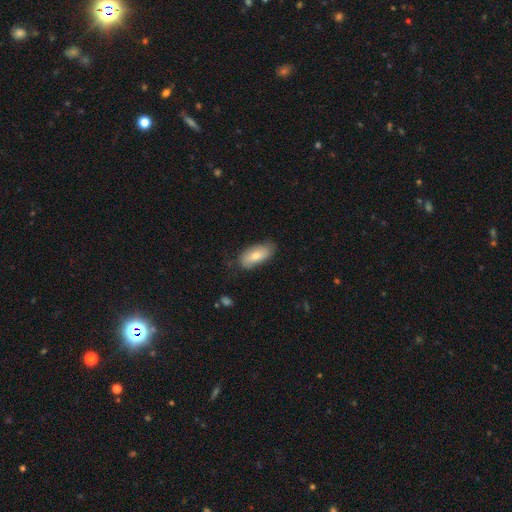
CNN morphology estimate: The model was most divided on "merging": none: 73%, minor disturbance: 21%, major disturbance: 4%, merger: 1%. More confident: how rounded — in between (88%); smooth or featured — smooth (75%).